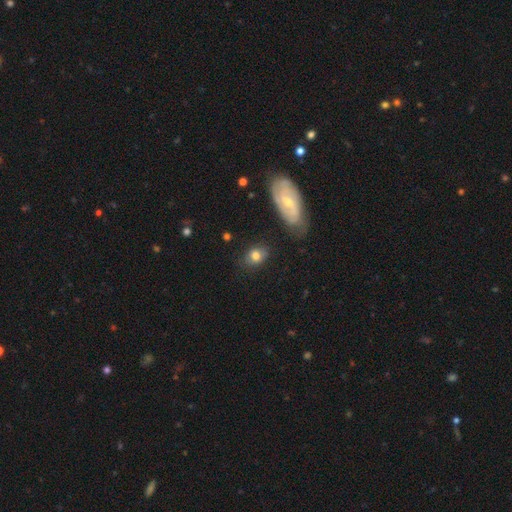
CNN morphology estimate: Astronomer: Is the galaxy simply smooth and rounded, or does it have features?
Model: smooth — 70%.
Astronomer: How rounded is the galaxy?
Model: in between — 64%.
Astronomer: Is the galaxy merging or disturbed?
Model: none — 74%.